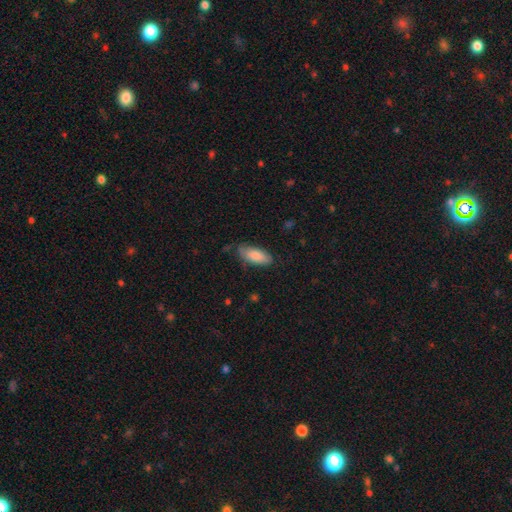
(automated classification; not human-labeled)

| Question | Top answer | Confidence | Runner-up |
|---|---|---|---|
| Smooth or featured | smooth | 83% | featured or disk (12%) |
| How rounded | in between | 83% | cigar-shaped (15%) |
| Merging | none | 70% | minor disturbance (24%) |